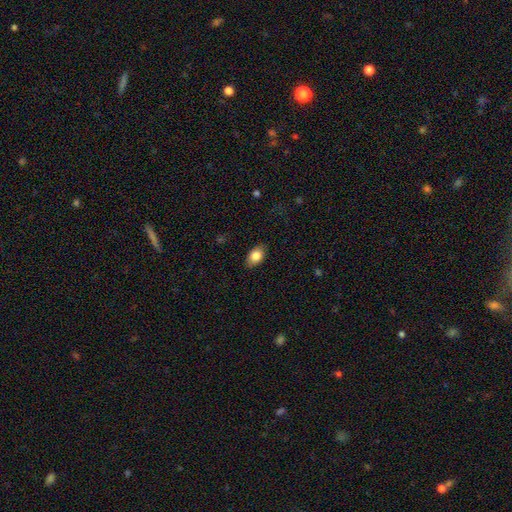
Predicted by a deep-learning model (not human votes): Smooth or featured? Predicted: smooth (p=0.83). How rounded? Predicted: in between (p=0.85). Merging? Predicted: none (p=0.84).